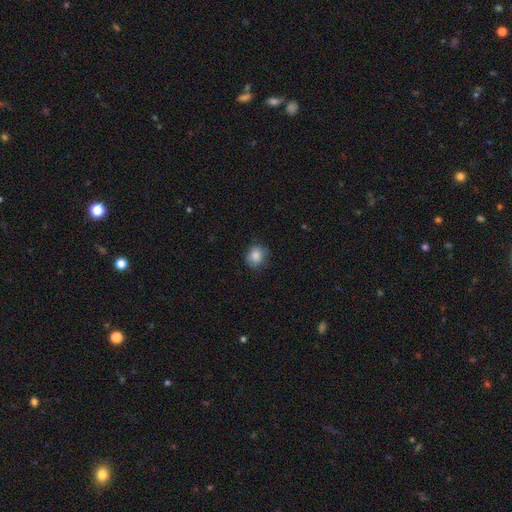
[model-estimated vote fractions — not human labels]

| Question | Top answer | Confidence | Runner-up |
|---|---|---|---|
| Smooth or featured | smooth | 85% | star or artifact (9%) |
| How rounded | round | 70% | in between (30%) |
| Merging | none | 77% | minor disturbance (18%) |